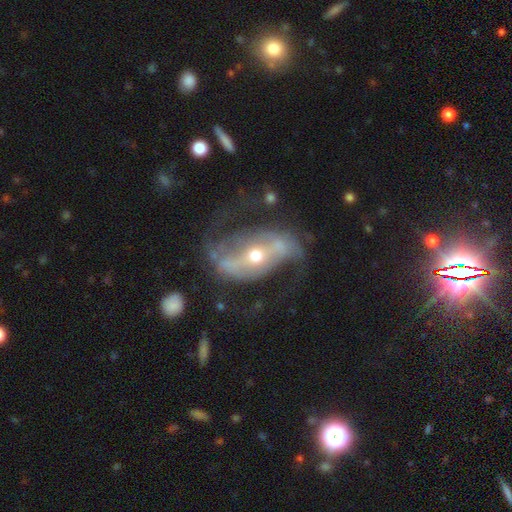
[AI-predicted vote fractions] This appears to be a featured or disk galaxy (86%) with a strong bar (62%), 2 (89%) loose (55%) spiral arms (85%) and a moderate central bulge (54%). Merging: none (57%).